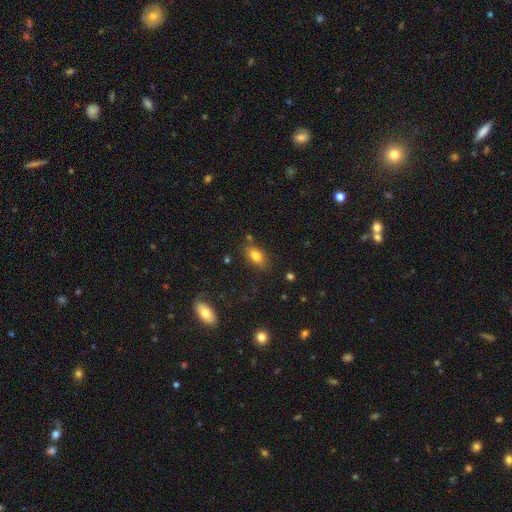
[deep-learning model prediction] Smooth or featured?
  - smooth: 81% *
  - featured or disk: 10%
  - star or artifact: 9%
How rounded?
  - in between: 87% *
  - round: 9%
  - cigar-shaped: 4%
Merging?
  - none: 78% *
  - minor disturbance: 14%
  - merger: 5%
  - major disturbance: 4%